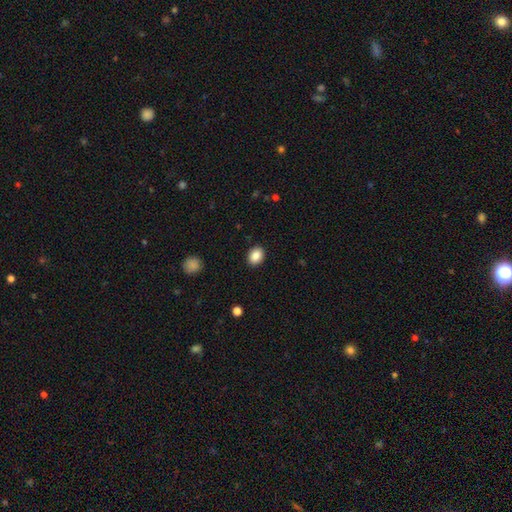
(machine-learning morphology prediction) This appears to be a smooth galaxy with no disk features (87%) that is in between round and cigar-shaped (55%). Merging: none (90%).